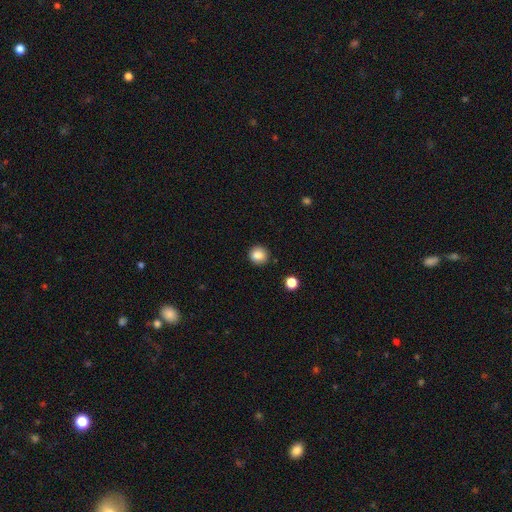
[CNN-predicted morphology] A smooth galaxy with no disk features (86%) that is round (90%). Merging: none (89%).